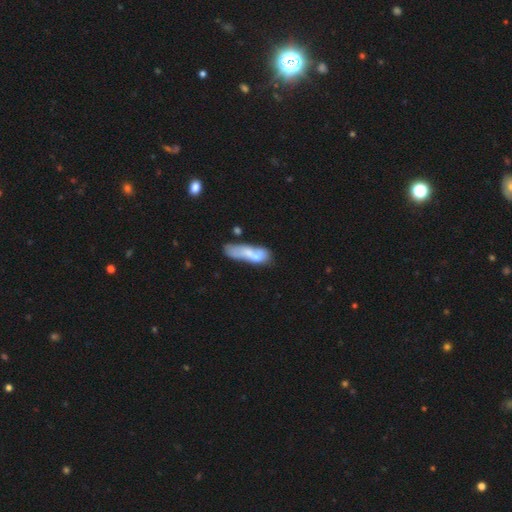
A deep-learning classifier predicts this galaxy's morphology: smooth 59%, featured or disk 32%, star or artifact 9%. Down the decision tree: how rounded — cigar-shaped (53%); merging — merger (43%).